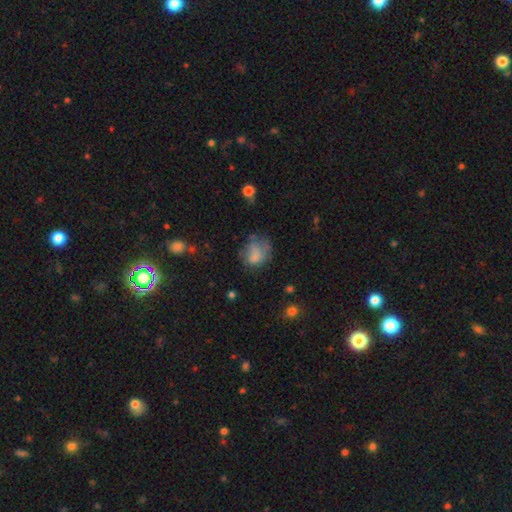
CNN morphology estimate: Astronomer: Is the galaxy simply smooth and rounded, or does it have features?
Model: smooth — 70%.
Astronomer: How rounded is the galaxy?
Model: round — 51% (runner-up: in between, 48%).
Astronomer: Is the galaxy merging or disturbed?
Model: none — 44% (runner-up: minor disturbance, 29%).